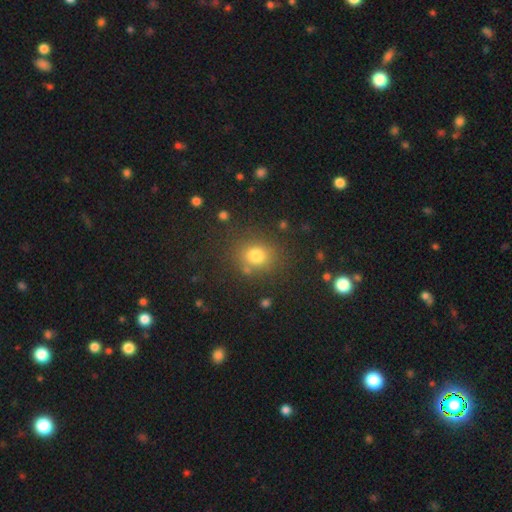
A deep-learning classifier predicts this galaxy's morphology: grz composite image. It shows a smooth galaxy with no disk features (77%) that is round (73%). Merging: none (80%).